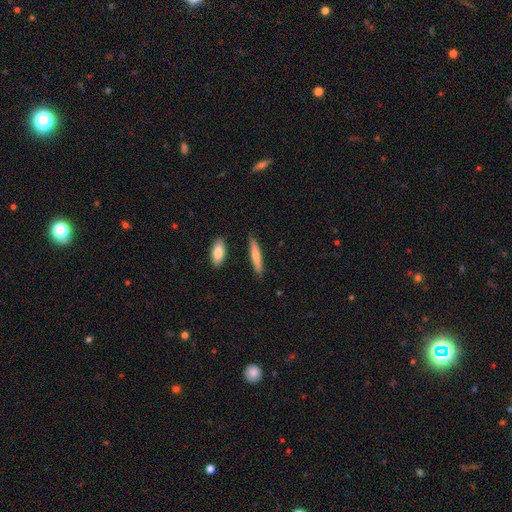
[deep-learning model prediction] Morphology: type=smooth (74%); roundness=cigar-shaped (87%); merging=none (86%).